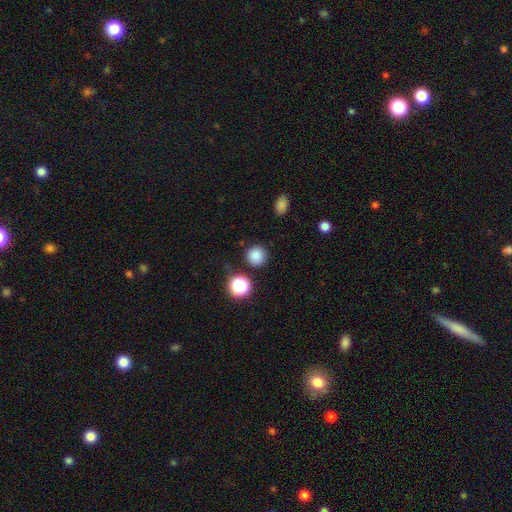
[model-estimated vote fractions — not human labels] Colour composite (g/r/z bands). It shows a smooth galaxy with no disk features (83%) that is round (94%). Merging: none (86%).